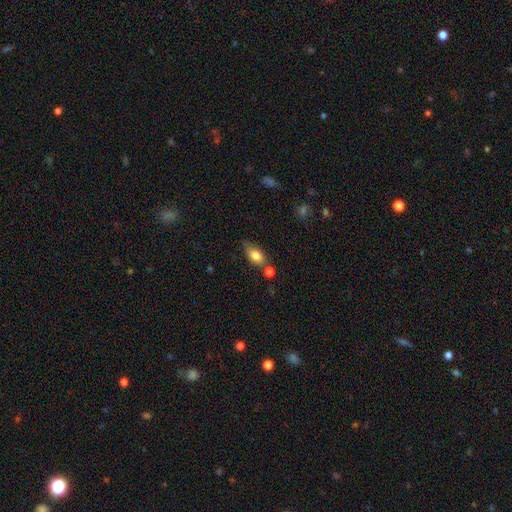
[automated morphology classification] smooth_or_featured: smooth (p=0.79) [alt: featured or disk p=0.14]
how_rounded: in between (p=0.84) [alt: cigar-shaped p=0.09]
merging: none (p=0.56) [alt: minor disturbance p=0.21]